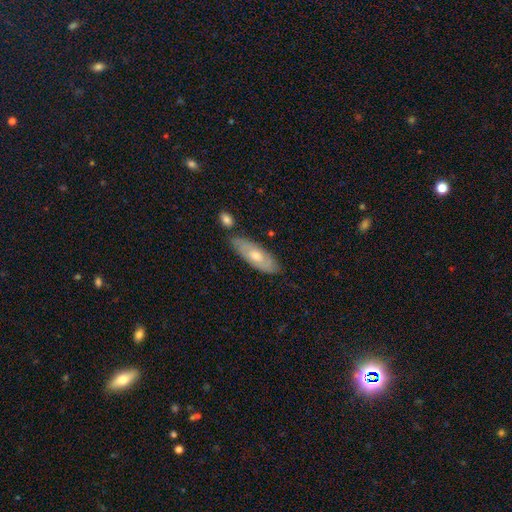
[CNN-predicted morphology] smooth_or_featured: featured or disk (p=0.48) [alt: smooth p=0.46]
merging: none (p=0.72) [alt: minor disturbance p=0.17]